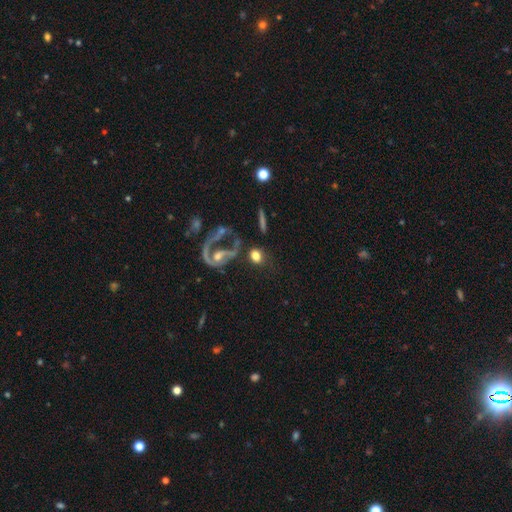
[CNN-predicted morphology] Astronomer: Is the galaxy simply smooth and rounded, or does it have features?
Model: smooth — 66%.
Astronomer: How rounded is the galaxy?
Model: round — 61% (runner-up: in between, 36%).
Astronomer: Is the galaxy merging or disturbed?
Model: none — 49%.